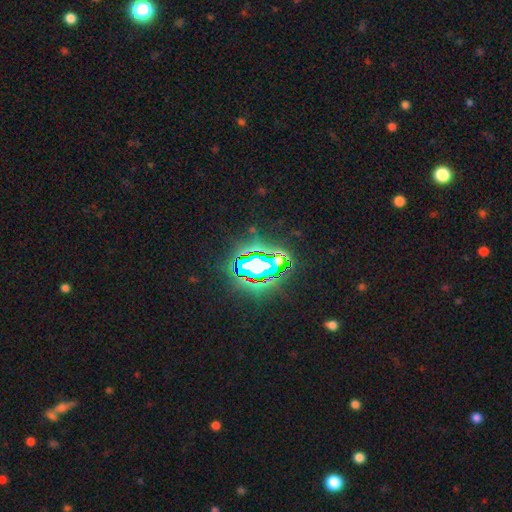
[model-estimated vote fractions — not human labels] A star or artifact, not a galaxy (82%).

Vote fractions:
- Smooth or featured? star or artifact: 82% / smooth: 10% / featured or disk: 8%